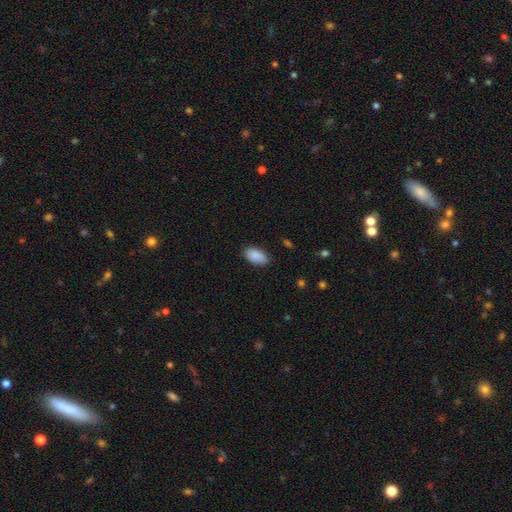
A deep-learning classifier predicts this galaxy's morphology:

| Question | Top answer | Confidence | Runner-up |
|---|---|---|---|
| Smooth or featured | smooth | 90% | star or artifact (7%) |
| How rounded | in between | 94% | cigar-shaped (3%) |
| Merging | none | 85% | minor disturbance (12%) |